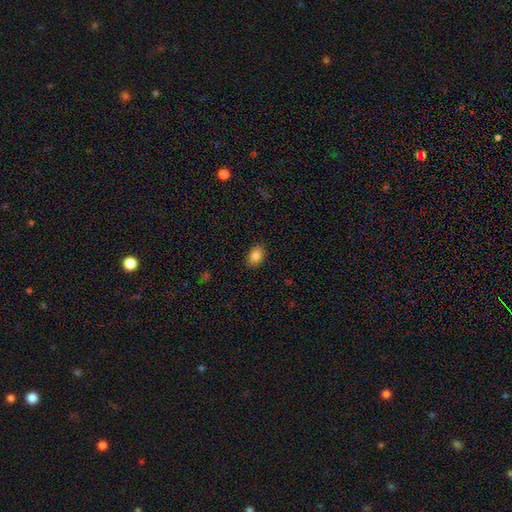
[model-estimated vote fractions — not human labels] smooth_or_featured: smooth (p=0.87) [alt: star or artifact p=0.09]
how_rounded: in between (p=0.79) [alt: round p=0.20]
merging: none (p=0.86) [alt: minor disturbance p=0.10]